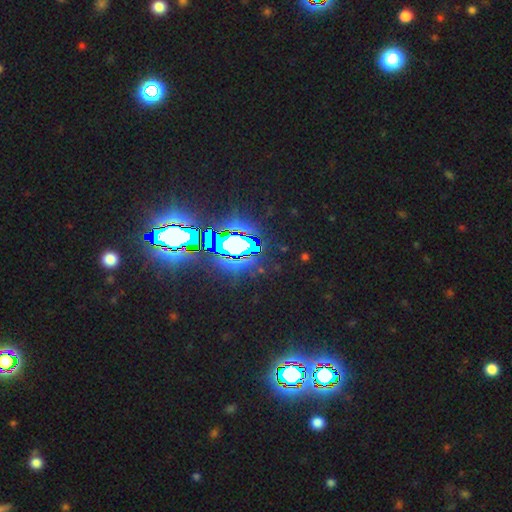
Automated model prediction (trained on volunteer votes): Smooth or featured? star or artifact (83%)